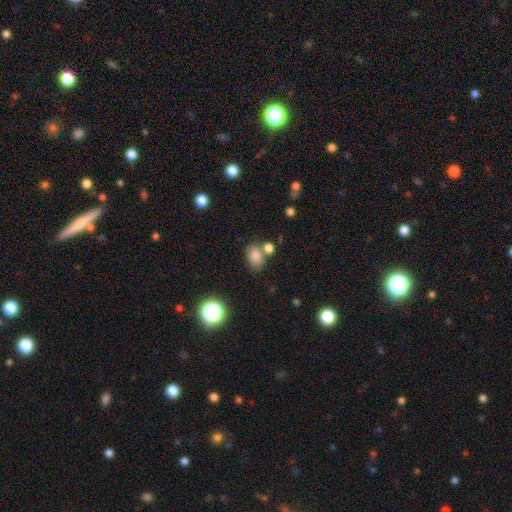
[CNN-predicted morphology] This is clearly a smooth galaxy (80%). How rounded: likely in between (70%). Merging: likely none (62%).